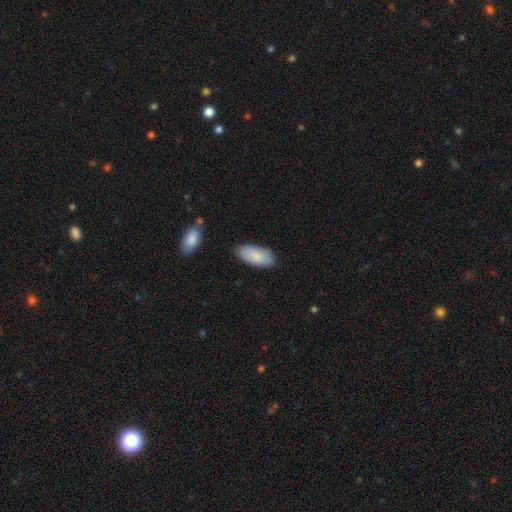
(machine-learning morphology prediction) Smooth or featured?
  - smooth: 87% *
  - featured or disk: 7%
  - star or artifact: 6%
How rounded?
  - in between: 90% *
  - cigar-shaped: 8%
  - round: 2%
Merging?
  - none: 80% *
  - minor disturbance: 15%
  - major disturbance: 3%
  - merger: 2%